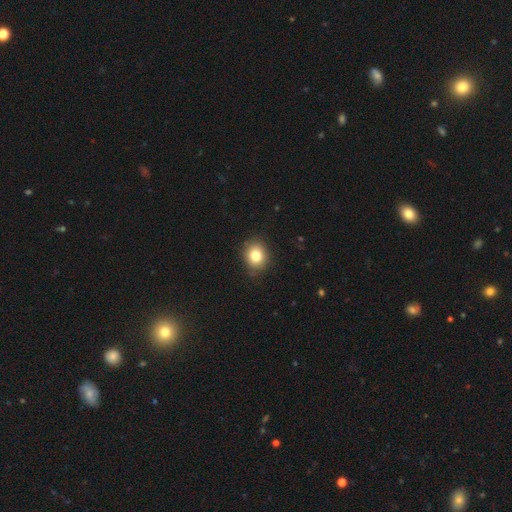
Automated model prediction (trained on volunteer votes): Smooth or featured? smooth (81%)
How rounded? round (66%)
Merging? none (85%)